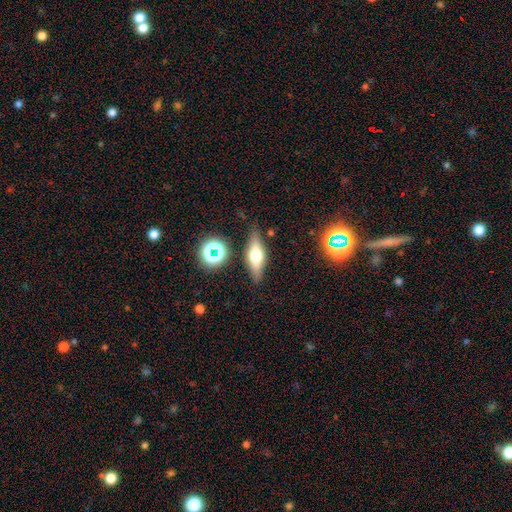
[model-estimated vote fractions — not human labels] A featured or disk galaxy (47%).

Vote fractions:
- Smooth or featured? featured or disk: 47% / smooth: 44% / star or artifact: 10%
- Merging? none: 82% / minor disturbance: 12% / merger: 3% / major disturbance: 3%